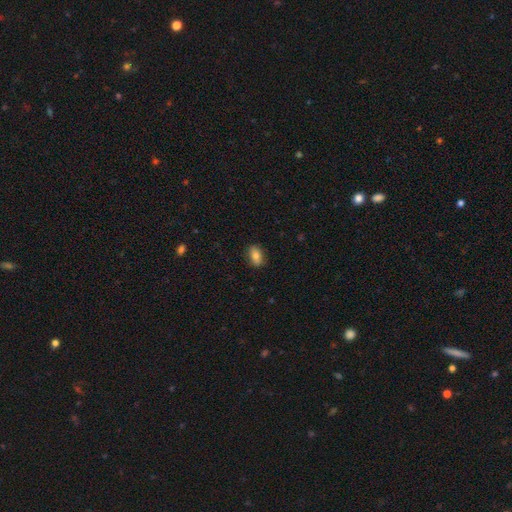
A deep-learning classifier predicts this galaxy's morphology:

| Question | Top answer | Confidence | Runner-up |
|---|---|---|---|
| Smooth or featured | smooth | 80% | featured or disk (13%) |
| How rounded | in between | 87% | round (8%) |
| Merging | none | 86% | minor disturbance (11%) |